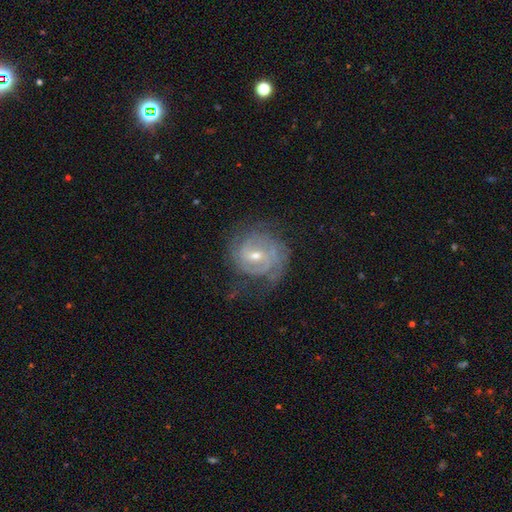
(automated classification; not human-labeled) smooth_or_featured: featured or disk (p=0.84) [alt: smooth p=0.10]
disk_edge_on: no (p=0.97) [alt: yes p=0.03]
bar: weak (p=0.54) [alt: no p=0.28]
has_spiral_arms: yes (p=0.94) [alt: no p=0.06]
spiral_winding: tight (p=0.61) [alt: medium p=0.30]
spiral_arm_count: 2 (p=0.35) [alt: can't tell p=0.34]
bulge_size: small (p=0.52) [alt: moderate p=0.45]
merging: none (p=0.65) [alt: minor disturbance p=0.21]